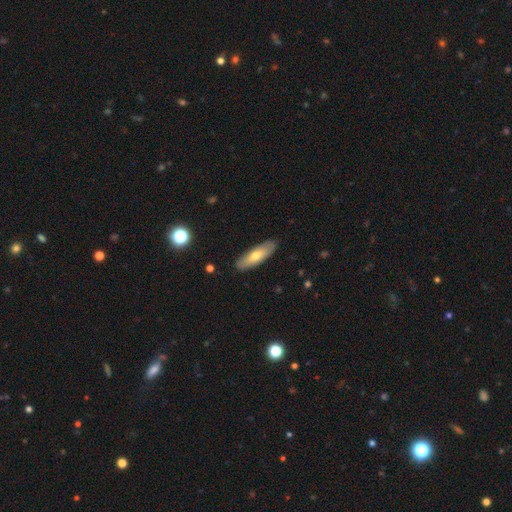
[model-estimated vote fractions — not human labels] The model was most divided on "how rounded": cigar-shaped: 50%, in between: 48%, round: 2%. More confident: merging — none (87%); smooth or featured — smooth (63%).